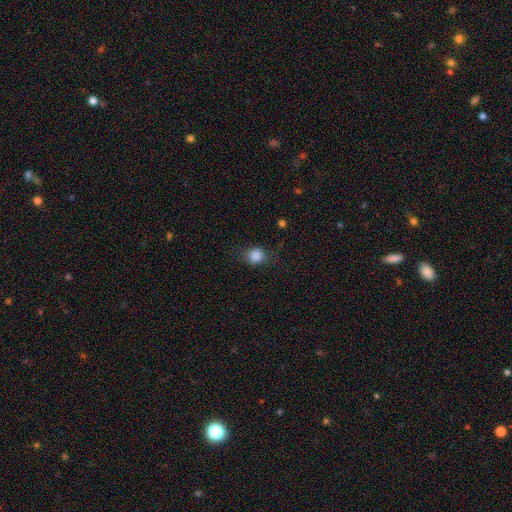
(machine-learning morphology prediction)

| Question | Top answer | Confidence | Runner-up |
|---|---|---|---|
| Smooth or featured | smooth | 84% | star or artifact (10%) |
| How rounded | round | 74% | in between (25%) |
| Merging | none | 71% | minor disturbance (19%) |